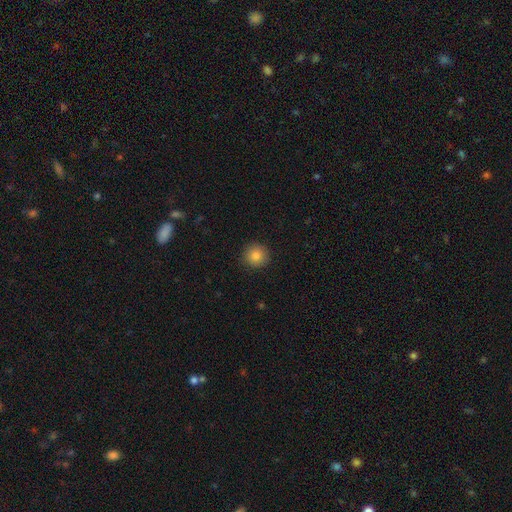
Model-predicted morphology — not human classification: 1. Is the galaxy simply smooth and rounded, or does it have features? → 84% smooth, 10% star or artifact, 6% featured or disk.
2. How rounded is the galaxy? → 94% round, 5% in between, 1% cigar-shaped.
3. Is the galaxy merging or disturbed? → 91% none, 6% minor disturbance, 2% major disturbance, 1% merger.